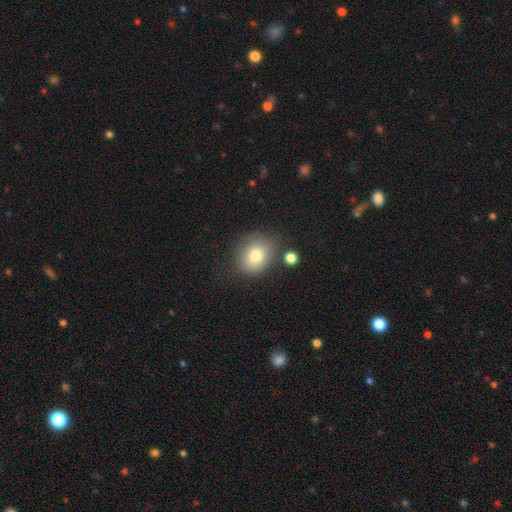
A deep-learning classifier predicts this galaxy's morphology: This is likely a smooth galaxy (80%). How rounded: possibly round (59%). Merging: likely none (72%).